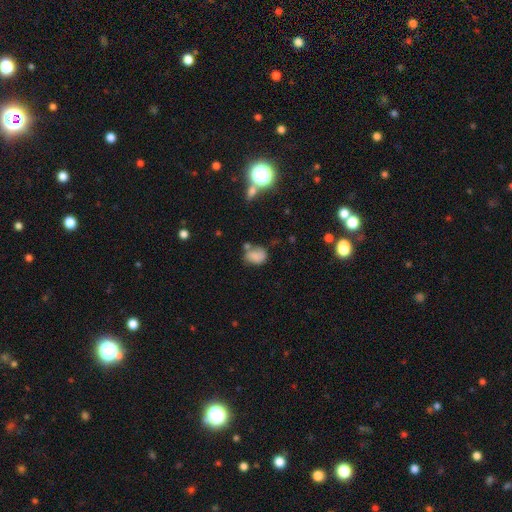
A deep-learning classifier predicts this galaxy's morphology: Smooth or featured? smooth (75%)
How rounded? in between (65%)
Merging? none (47%)